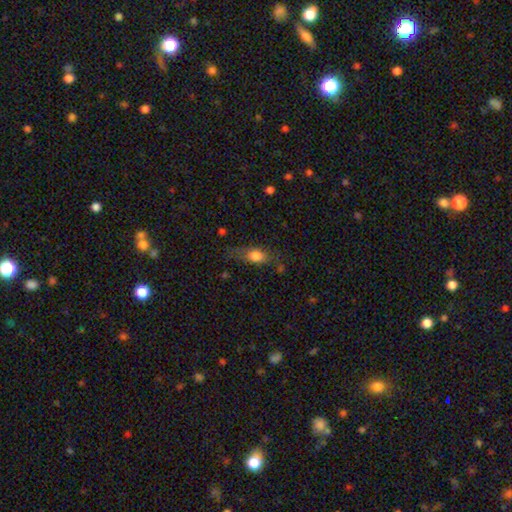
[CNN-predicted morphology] This is likely a smooth galaxy (74%). How rounded: likely in between (68%). Merging: possibly none (56%).